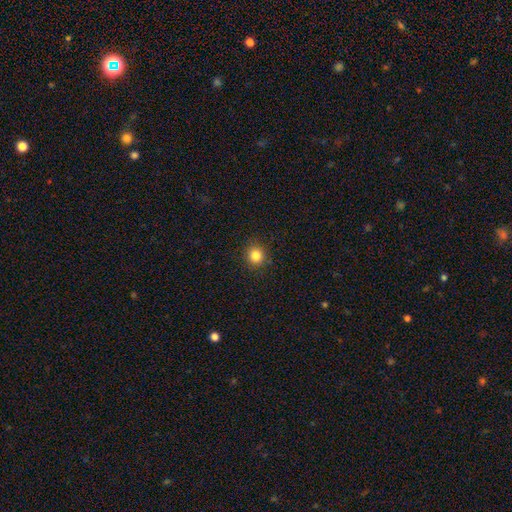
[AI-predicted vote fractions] smooth-or-featured: smooth: 84% | star or artifact: 11% | featured or disk: 5%
  how-rounded: round: 91% | in between: 8% | cigar-shaped: 1%
  merging: none: 91% | minor disturbance: 6% | major disturbance: 2% | merger: 1%